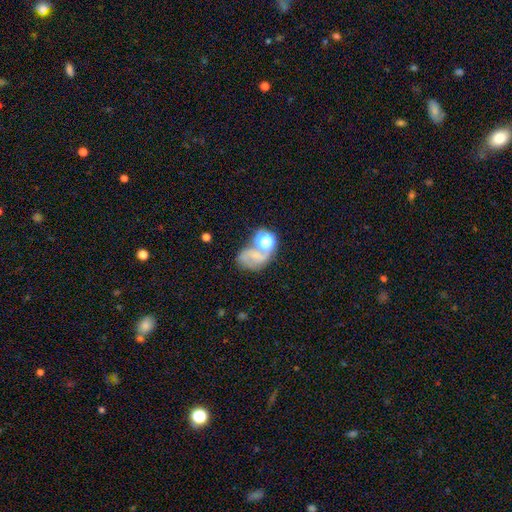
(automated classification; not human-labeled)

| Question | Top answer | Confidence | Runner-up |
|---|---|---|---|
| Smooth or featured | featured or disk | 43% | smooth (37%) |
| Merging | none | 39% | merger (27%) |